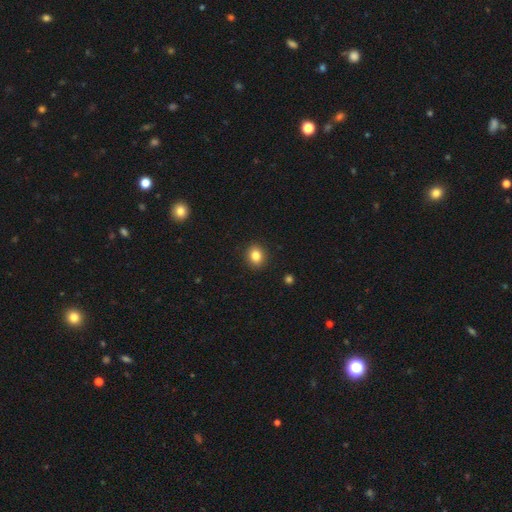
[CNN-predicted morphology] This appears to be a smooth galaxy with no disk features (84%) that is round (65%). Merging: none (91%).